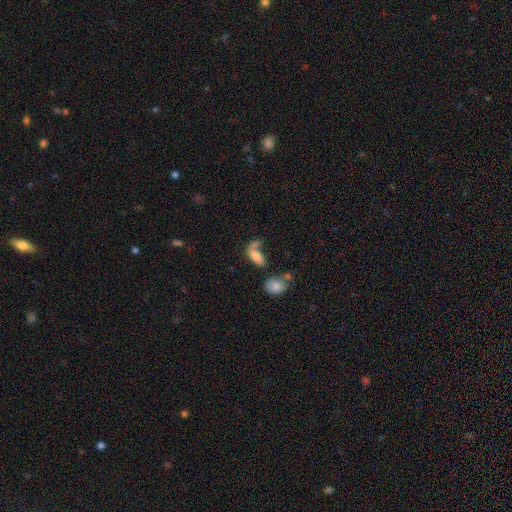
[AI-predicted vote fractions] Smooth or featured? smooth (73%)
How rounded? in between (82%)
Merging? merger (34%)